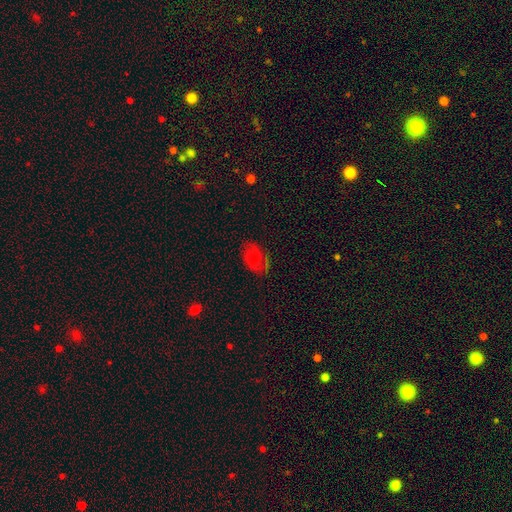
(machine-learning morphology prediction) This is possibly a smooth galaxy (53%). How rounded: likely in between (78%). Merging: likely none (65%).